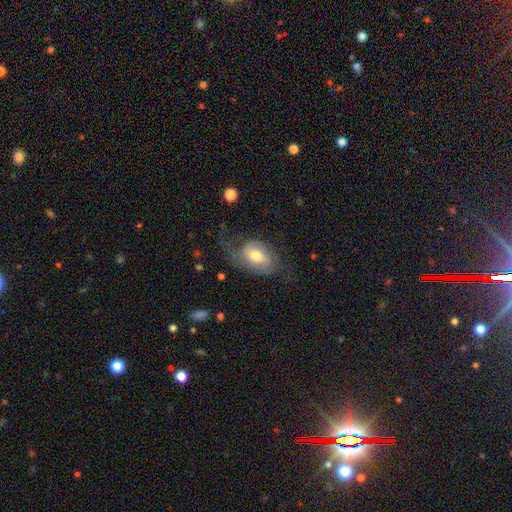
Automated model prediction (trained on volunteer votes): Smooth or featured: featured or disk — 46% (tied with smooth — 46%)
Merging: none — 42% (major disturbance — 31%)